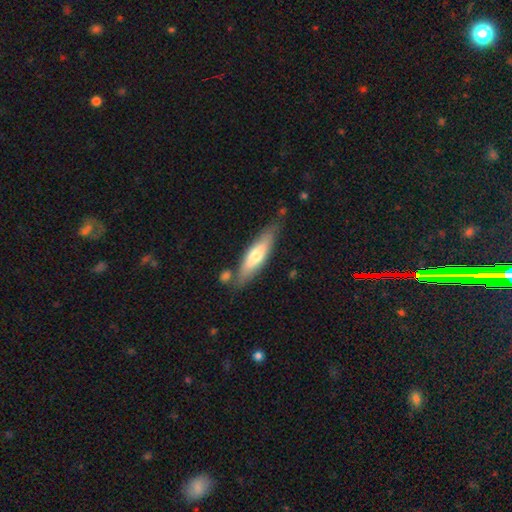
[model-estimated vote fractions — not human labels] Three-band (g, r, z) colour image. It shows a smooth galaxy with no disk features (54%) that is cigar-shaped (68%). Merging: none (73%).